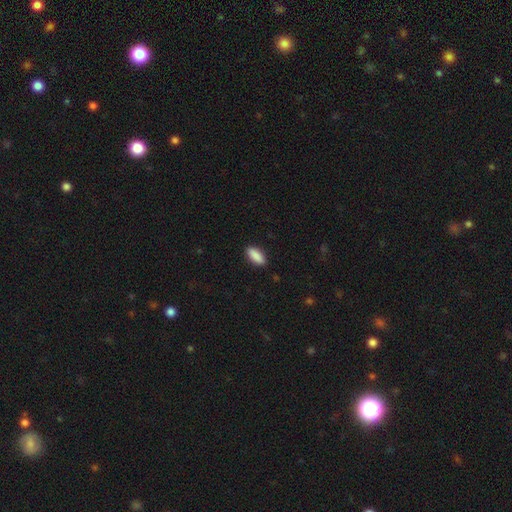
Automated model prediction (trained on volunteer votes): smooth_or_featured: smooth (p=0.90) [alt: star or artifact p=0.06]
how_rounded: in between (p=0.80) [alt: cigar-shaped p=0.18]
merging: none (p=0.89) [alt: minor disturbance p=0.08]